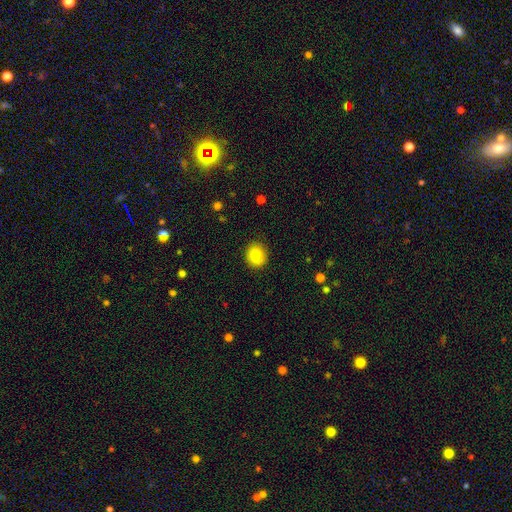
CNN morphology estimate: type=smooth (86%); roundness=round (66%); merging=none (83%).